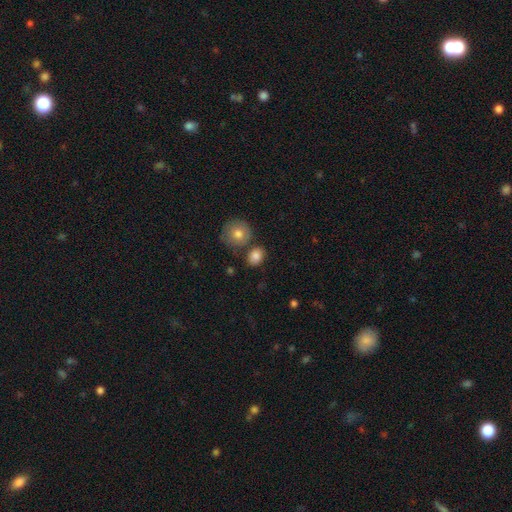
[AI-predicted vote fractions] Q: Smooth or featured?
A: smooth (84%); runner-up: star or artifact (9%)
Q: How rounded?
A: round (49%); tied with: in between (49%)
Q: Merging?
A: none (71%); runner-up: merger (14%)